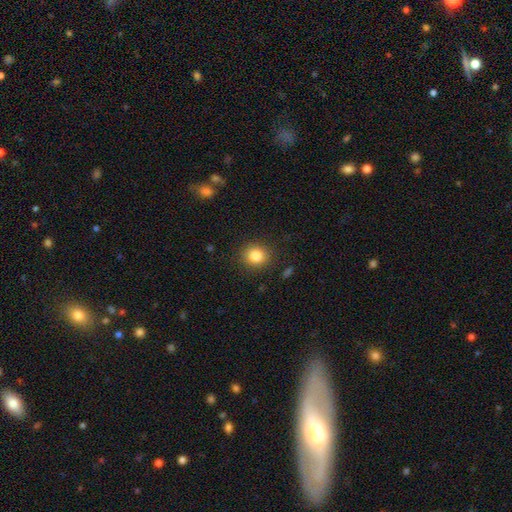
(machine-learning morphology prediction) Smooth or featured? smooth (82%)
How rounded? round (83%)
Merging? none (89%)